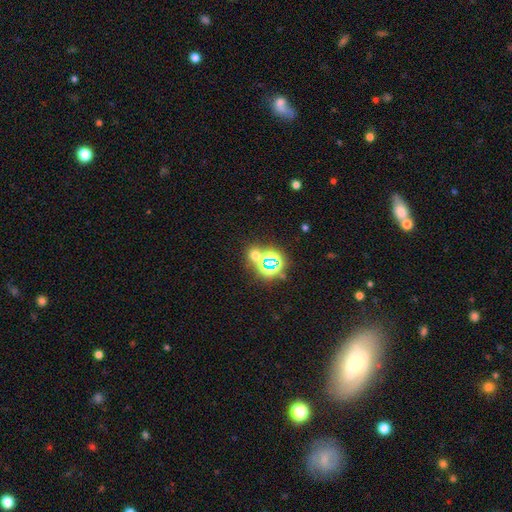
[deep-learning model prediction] star or artifact 48%, smooth 44%, featured or disk 8%.